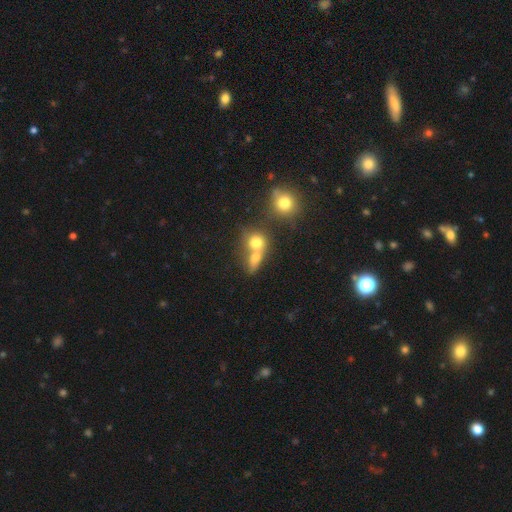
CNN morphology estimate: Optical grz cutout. It shows a smooth galaxy with no disk features (63%) that is round (57%). Merging: merger (61%).